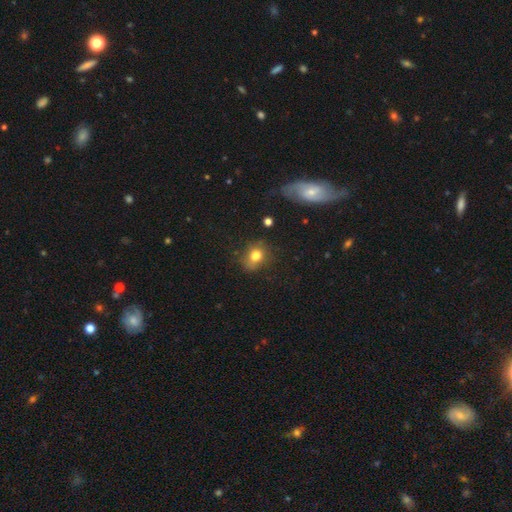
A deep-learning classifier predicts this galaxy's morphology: Smooth or featured? Predicted: smooth (p=0.76). How rounded? Predicted: round (p=0.57). Merging? Predicted: none (p=0.67).